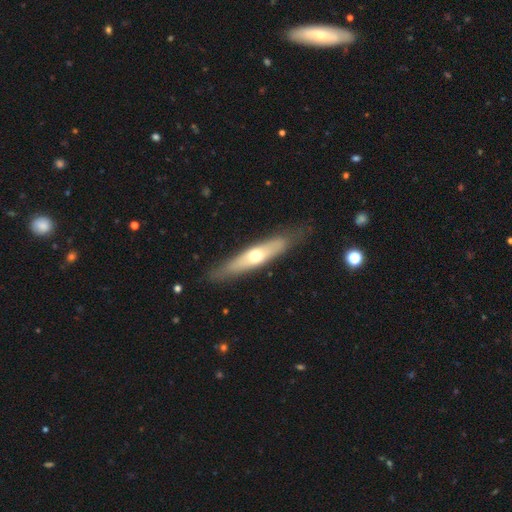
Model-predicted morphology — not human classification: A featured or disk galaxy (48%).

Vote fractions:
- Smooth or featured? featured or disk: 48% / smooth: 47% / star or artifact: 5%
- Merging? none: 81% / minor disturbance: 14% / major disturbance: 4% / merger: 1%